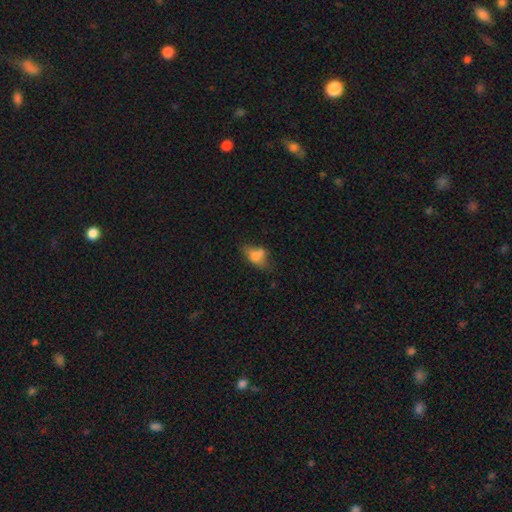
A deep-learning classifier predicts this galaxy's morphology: smooth 70%, featured or disk 19%, star or artifact 11%. Down the decision tree: how rounded — in between (81%); merging — none (36%).